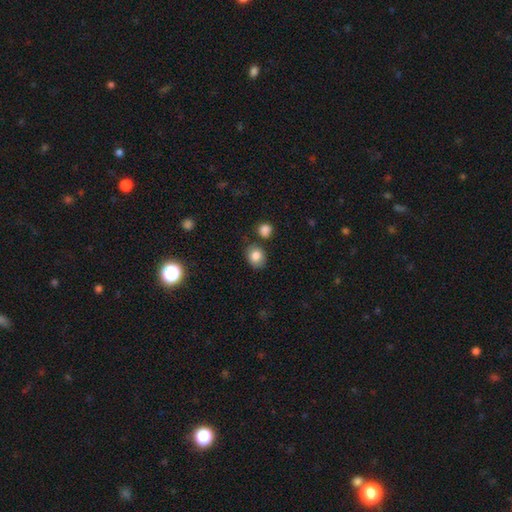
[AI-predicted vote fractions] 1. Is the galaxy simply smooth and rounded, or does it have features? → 82% smooth, 9% star or artifact, 8% featured or disk.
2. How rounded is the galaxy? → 53% round, 46% in between, 1% cigar-shaped.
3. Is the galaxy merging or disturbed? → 72% none, 15% minor disturbance, 8% merger, 4% major disturbance.